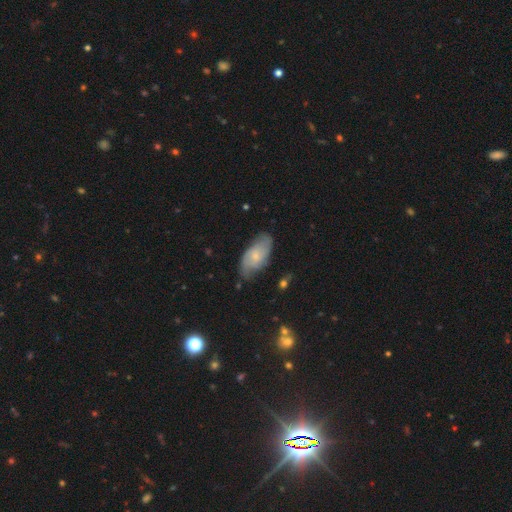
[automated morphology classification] Overall: featured or disk (50%; smooth 43%). Merging: none (68%).